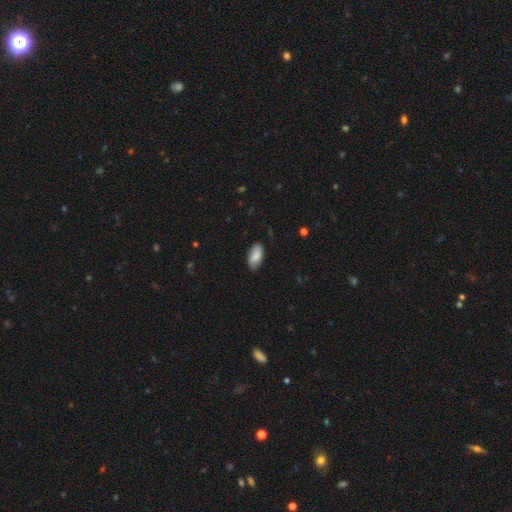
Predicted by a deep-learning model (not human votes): A smooth galaxy with no disk features (81%) that is in between round and cigar-shaped (94%).

Vote fractions:
- Smooth or featured? smooth: 81% / featured or disk: 13% / star or artifact: 6%
- How rounded? in between: 94% / cigar-shaped: 4% / round: 3%
- Merging? none: 85% / minor disturbance: 12% / major disturbance: 2% / merger: 1%